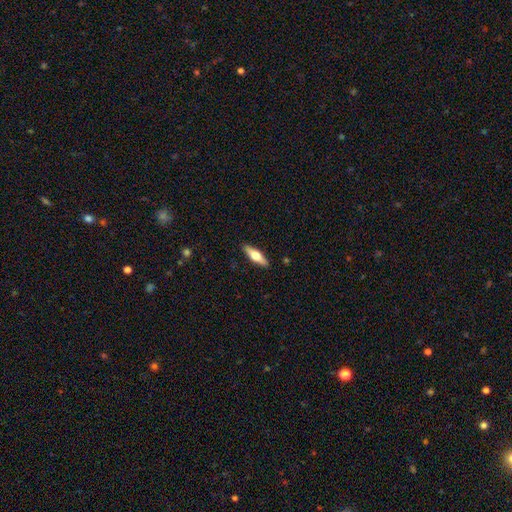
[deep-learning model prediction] This appears to be a smooth galaxy with no disk features (47%, tied with featured or disk). Merging: none (90%).